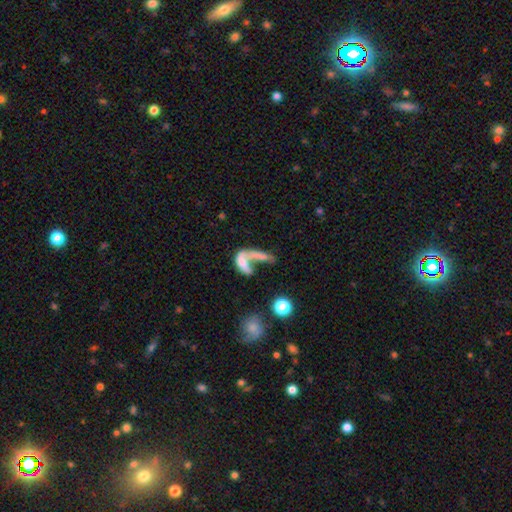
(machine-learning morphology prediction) Overall: smooth (45%; featured or disk 43%). Merging: merger (47%; major disturbance 28%).